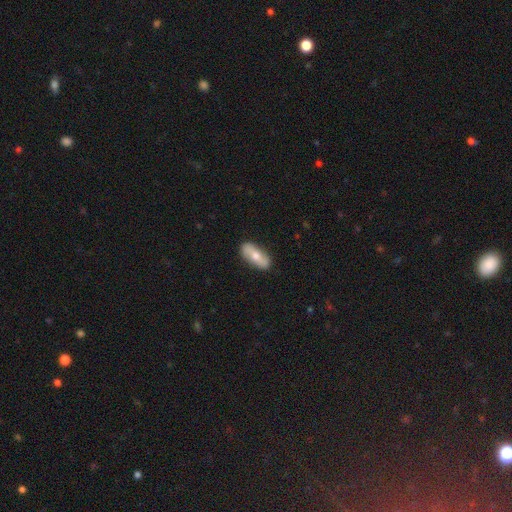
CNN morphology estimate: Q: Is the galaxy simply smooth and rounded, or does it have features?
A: smooth — 58%.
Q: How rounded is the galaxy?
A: in between — 83%.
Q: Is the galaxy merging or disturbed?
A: none — 85%.